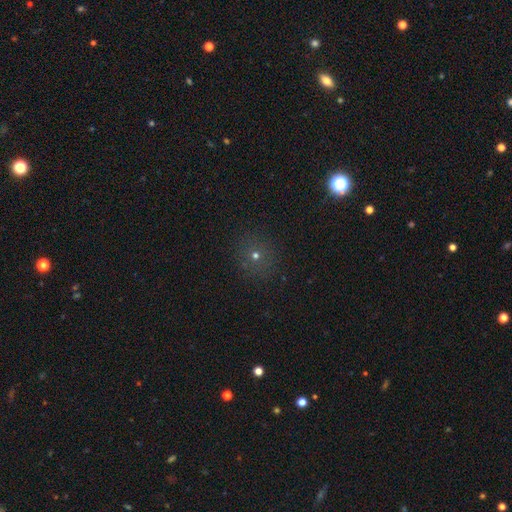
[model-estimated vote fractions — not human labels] Smooth or featured?
  - smooth: 59% *
  - star or artifact: 28%
  - featured or disk: 13%
How rounded?
  - round: 88% *
  - in between: 11%
  - cigar-shaped: 1%
Merging?
  - none: 86% *
  - minor disturbance: 9%
  - major disturbance: 3%
  - merger: 2%